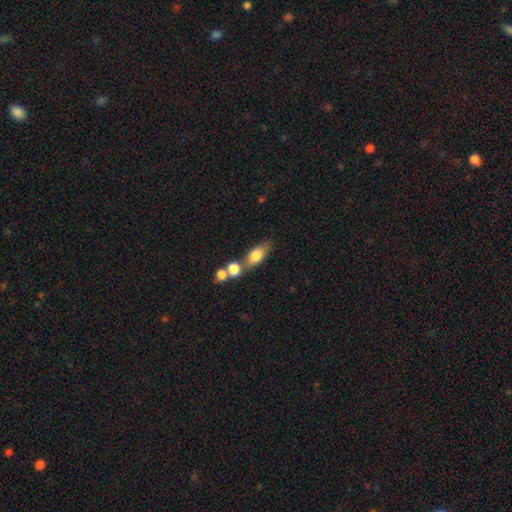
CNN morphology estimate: A smooth galaxy with no disk features (74%) that is in between round and cigar-shaped (74%). Merging: none (42%).